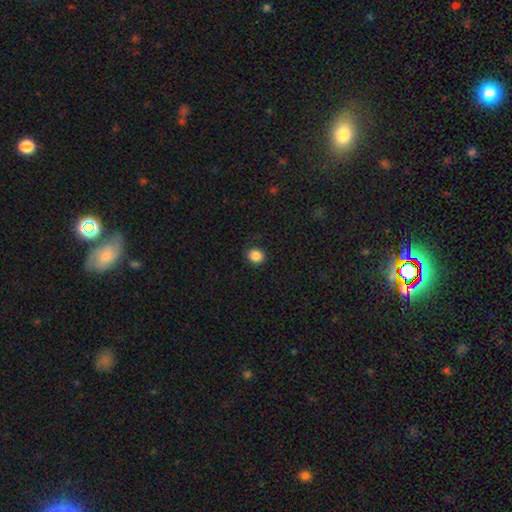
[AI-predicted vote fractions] Smooth or featured? Predicted: smooth (p=0.87). How rounded? Predicted: round (p=0.72). Merging? Predicted: none (p=0.88).